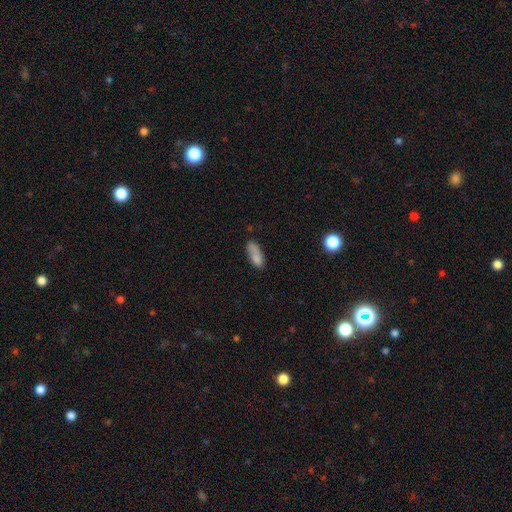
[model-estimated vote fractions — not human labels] Smooth or featured: smooth — 80% (featured or disk — 12%)
How rounded: in between — 76% (cigar-shaped — 21%)
Merging: none — 56% (minor disturbance — 26%)